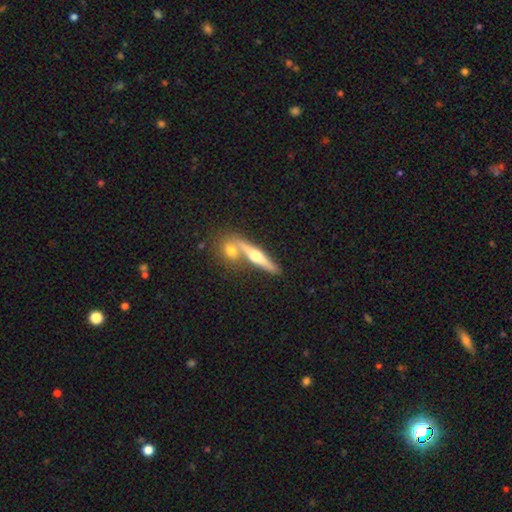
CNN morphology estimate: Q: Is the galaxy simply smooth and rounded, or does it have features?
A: featured or disk — 64%.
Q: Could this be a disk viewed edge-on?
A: yes — 94%.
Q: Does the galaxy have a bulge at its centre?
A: rounded — 94%.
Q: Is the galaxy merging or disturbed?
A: none — 59%.